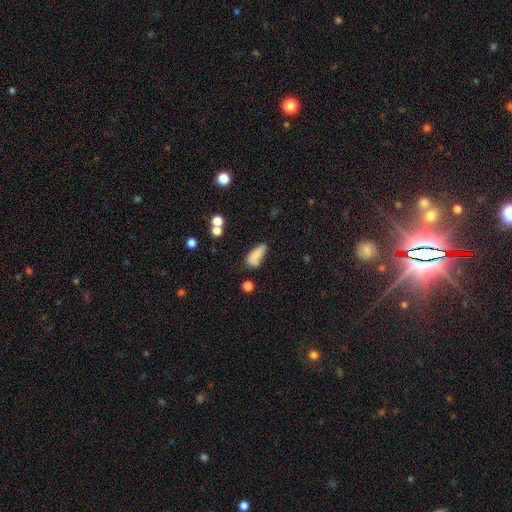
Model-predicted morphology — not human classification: smooth_or_featured: smooth (p=0.78) [alt: featured or disk p=0.13]
how_rounded: in between (p=0.74) [alt: cigar-shaped p=0.22]
merging: none (p=0.46) [alt: minor disturbance p=0.32]